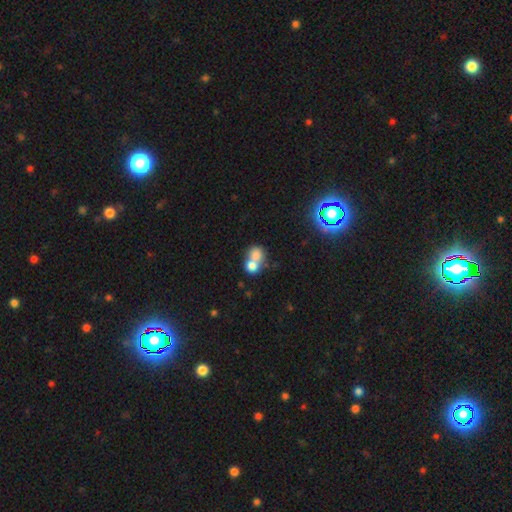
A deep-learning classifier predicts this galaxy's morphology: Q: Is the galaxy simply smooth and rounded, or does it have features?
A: smooth — 74%.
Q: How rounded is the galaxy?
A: round — 67%.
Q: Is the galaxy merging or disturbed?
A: merger — 67%.